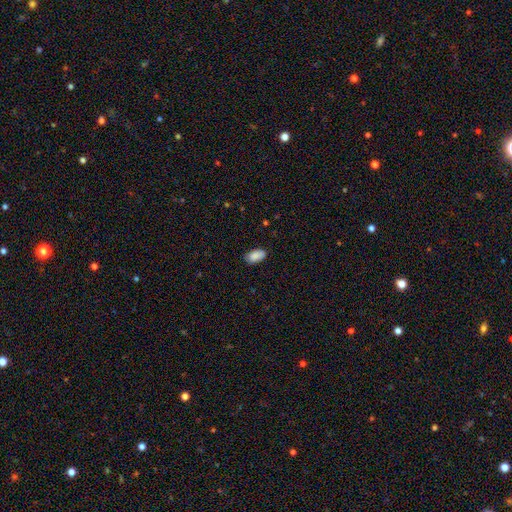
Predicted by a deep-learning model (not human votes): Smooth or featured? smooth (88%)
How rounded? in between (94%)
Merging? none (81%)